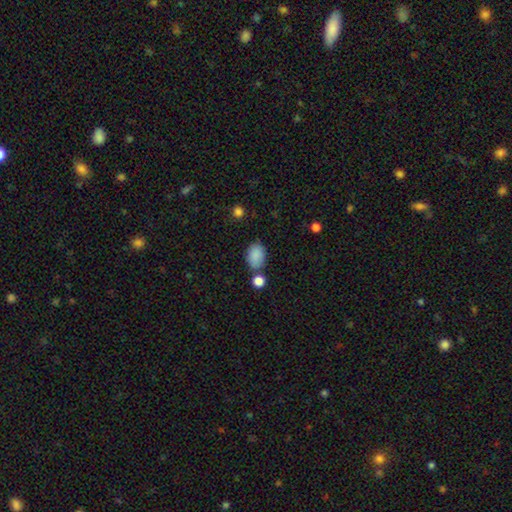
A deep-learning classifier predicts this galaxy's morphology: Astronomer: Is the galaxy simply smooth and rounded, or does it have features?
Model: smooth — 87%.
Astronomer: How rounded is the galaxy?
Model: in between — 83%.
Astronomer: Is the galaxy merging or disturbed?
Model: none — 67%.